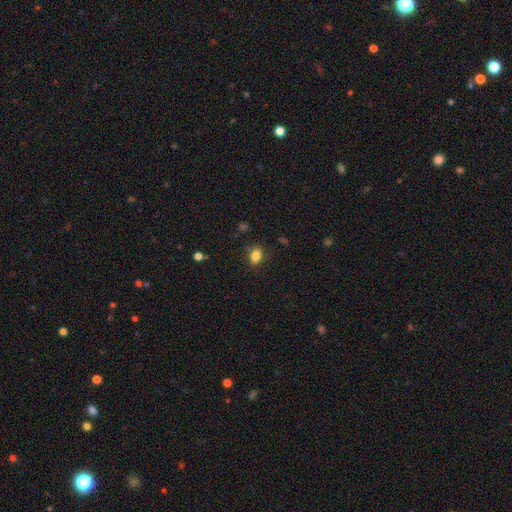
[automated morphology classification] This is clearly a smooth galaxy (84%). How rounded: likely in between (68%). Merging: clearly none (84%).